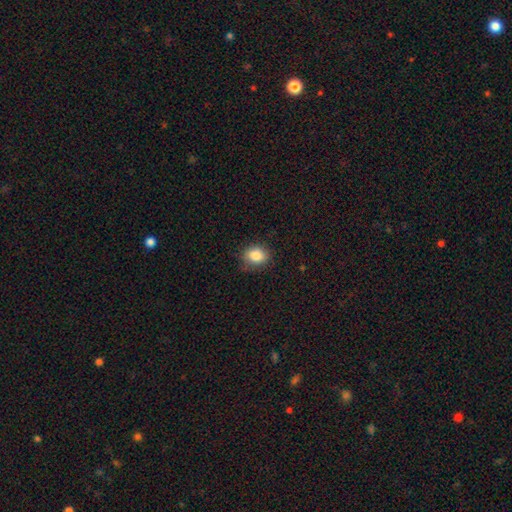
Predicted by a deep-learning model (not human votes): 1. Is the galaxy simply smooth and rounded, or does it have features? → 84% smooth, 10% star or artifact, 6% featured or disk.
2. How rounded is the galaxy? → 59% round, 40% in between, 1% cigar-shaped.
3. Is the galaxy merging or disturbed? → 79% none, 16% minor disturbance, 3% major disturbance, 1% merger.